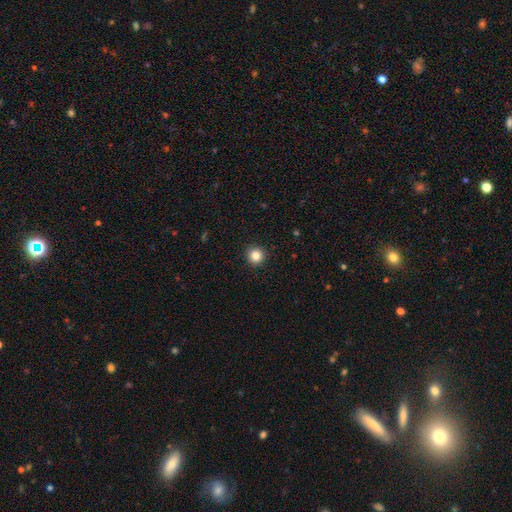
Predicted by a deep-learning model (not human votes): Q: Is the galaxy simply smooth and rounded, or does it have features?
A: smooth — 85%.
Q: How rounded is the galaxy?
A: round — 95%.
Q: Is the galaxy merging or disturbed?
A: none — 93%.